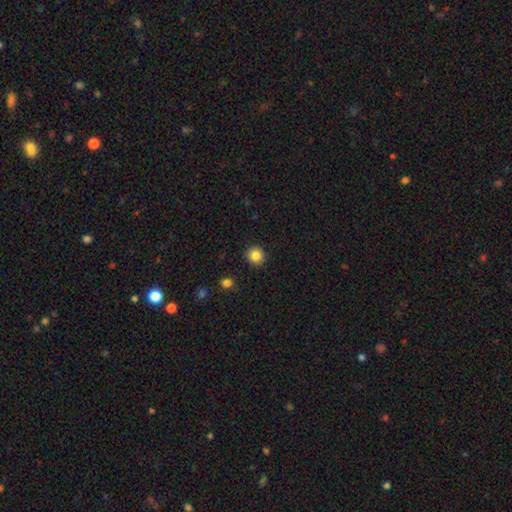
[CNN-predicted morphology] Smooth or featured?
  - smooth: 85% *
  - star or artifact: 10%
  - featured or disk: 5%
How rounded?
  - round: 92% *
  - in between: 8%
  - cigar-shaped: 1%
Merging?
  - none: 91% *
  - minor disturbance: 6%
  - major disturbance: 2%
  - merger: 1%